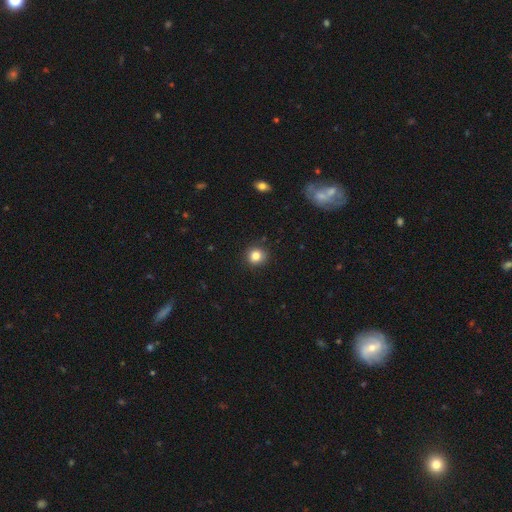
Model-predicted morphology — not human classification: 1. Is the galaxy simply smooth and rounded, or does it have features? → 84% smooth, 11% star or artifact, 5% featured or disk.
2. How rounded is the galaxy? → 88% round, 11% in between, 1% cigar-shaped.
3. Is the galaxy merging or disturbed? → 90% none, 7% minor disturbance, 2% major disturbance, 1% merger.